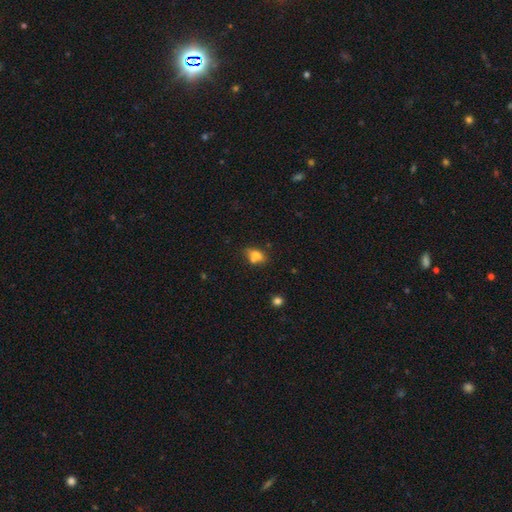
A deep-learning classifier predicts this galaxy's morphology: Smooth or featured? smooth (72%)
How rounded? in between (68%)
Merging? none (49%)